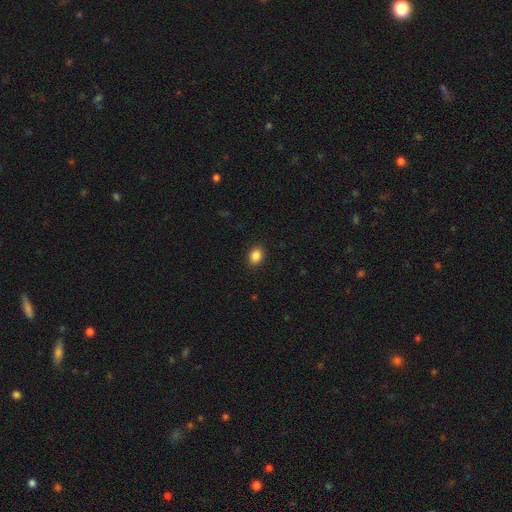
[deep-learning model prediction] Smooth or featured? Predicted: smooth (p=0.87). How rounded? Predicted: in between (p=0.64). Merging? Predicted: none (p=0.90).